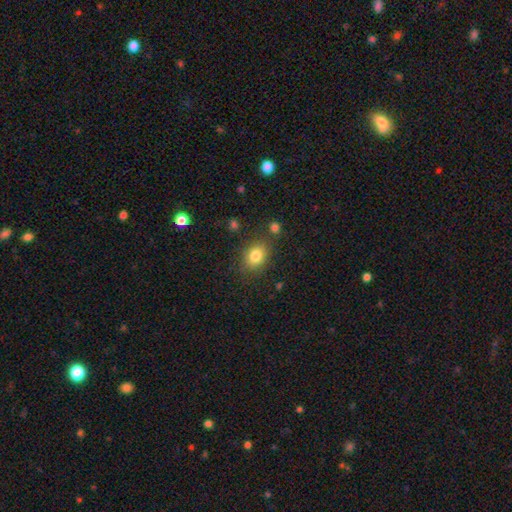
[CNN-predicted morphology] Q: Smooth or featured?
A: smooth (82%); runner-up: star or artifact (10%)
Q: How rounded?
A: in between (66%); runner-up: round (33%)
Q: Merging?
A: none (78%); runner-up: minor disturbance (13%)